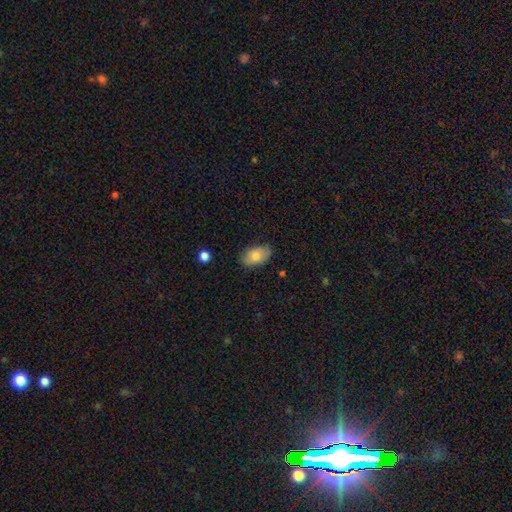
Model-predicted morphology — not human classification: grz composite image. It shows a smooth galaxy with no disk features (78%) that is in between round and cigar-shaped (92%). Merging: none (81%).